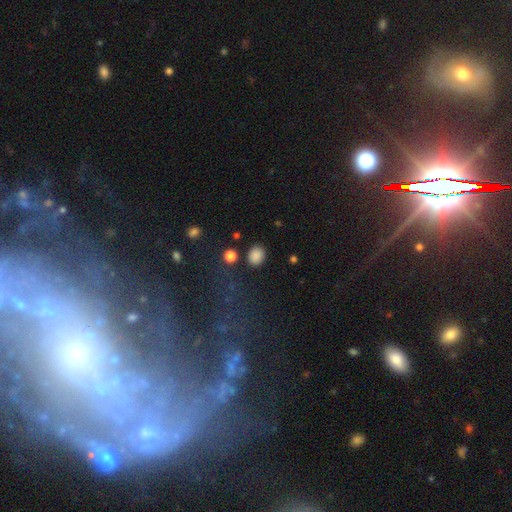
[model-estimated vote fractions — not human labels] Morphology: type=smooth (86%); roundness=round (54%); merging=none (85%).